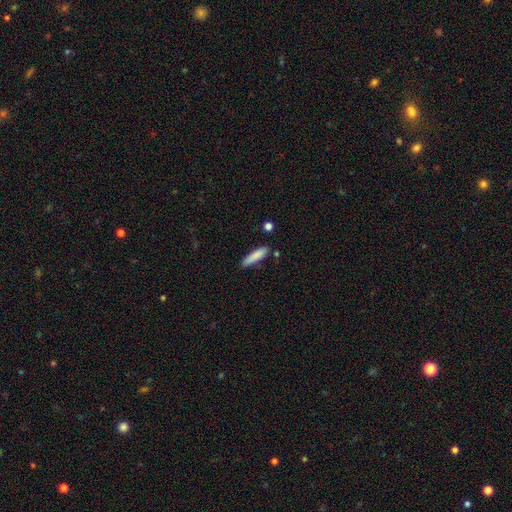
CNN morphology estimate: A smooth galaxy with no disk features (84%) that is cigar-shaped (79%).

Vote fractions:
- Smooth or featured? smooth: 84% / featured or disk: 10% / star or artifact: 6%
- How rounded? cigar-shaped: 79% / in between: 20% / round: 1%
- Merging? none: 80% / minor disturbance: 14% / merger: 4% / major disturbance: 3%